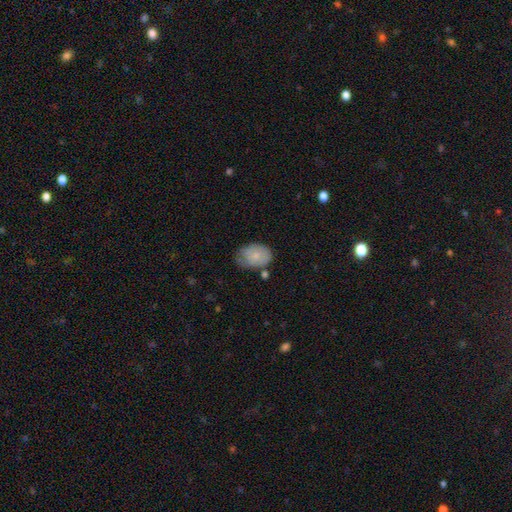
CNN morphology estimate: Smooth or featured?
  - smooth: 75% *
  - featured or disk: 18%
  - star or artifact: 7%
How rounded?
  - in between: 78% *
  - round: 21%
  - cigar-shaped: 1%
Merging?
  - none: 50% *
  - minor disturbance: 34%
  - major disturbance: 9%
  - merger: 6%